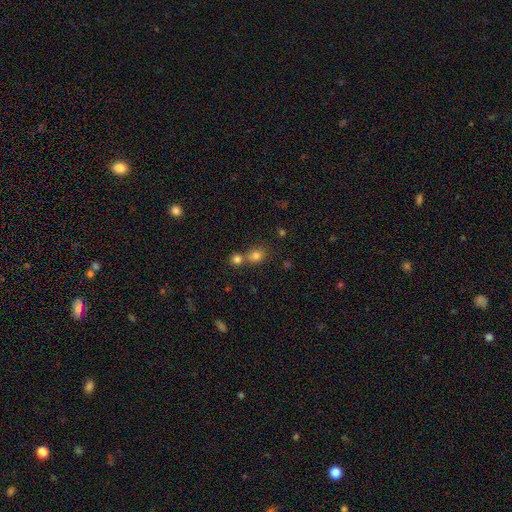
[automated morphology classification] This is likely a smooth galaxy (75%). How rounded: likely round (76%). Merging: possibly none (51%).